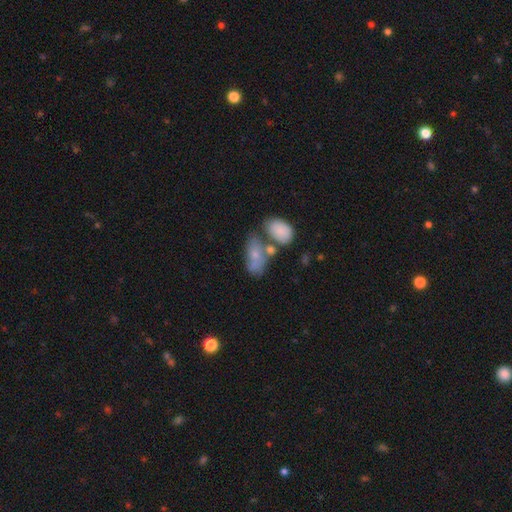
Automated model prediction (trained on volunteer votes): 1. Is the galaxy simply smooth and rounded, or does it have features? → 67% smooth, 25% featured or disk, 8% star or artifact.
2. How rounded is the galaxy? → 89% in between, 7% round, 4% cigar-shaped.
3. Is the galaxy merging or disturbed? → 38% merger, 34% none, 18% minor disturbance, 9% major disturbance.